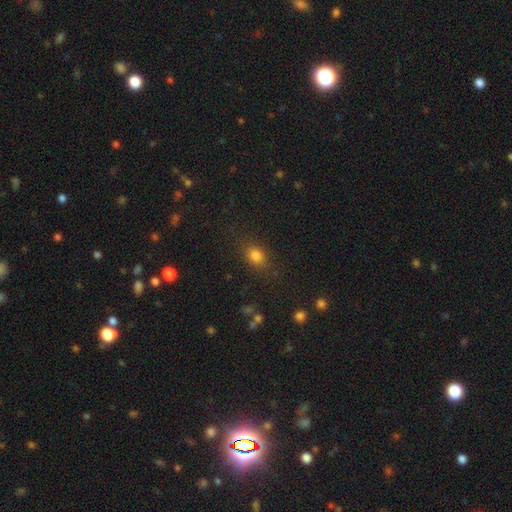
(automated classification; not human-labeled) smooth_or_featured: smooth (p=0.81) [alt: star or artifact p=0.12]
how_rounded: in between (p=0.64) [alt: round p=0.34]
merging: none (p=0.81) [alt: minor disturbance p=0.13]